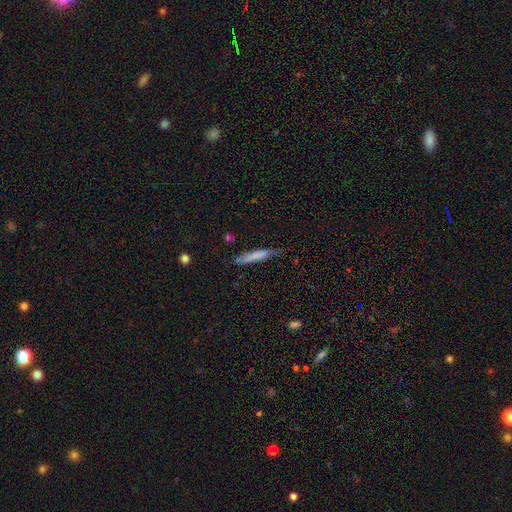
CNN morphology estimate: smooth_or_featured: smooth (p=0.72) [alt: featured or disk p=0.22]
how_rounded: cigar-shaped (p=0.92) [alt: in between p=0.07]
merging: none (p=0.65) [alt: minor disturbance p=0.27]